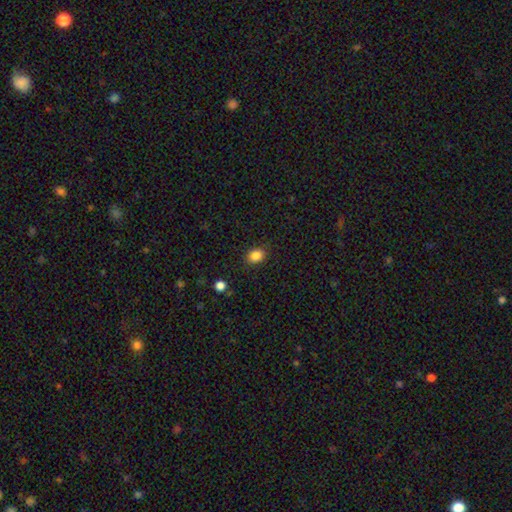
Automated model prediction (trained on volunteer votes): A smooth galaxy with no disk features (85%) that is in between round and cigar-shaped (54%).

Vote fractions:
- Smooth or featured? smooth: 85% / star or artifact: 11% / featured or disk: 4%
- How rounded? in between: 54% / round: 45% / cigar-shaped: 1%
- Merging? none: 86% / minor disturbance: 10% / major disturbance: 3% / merger: 1%